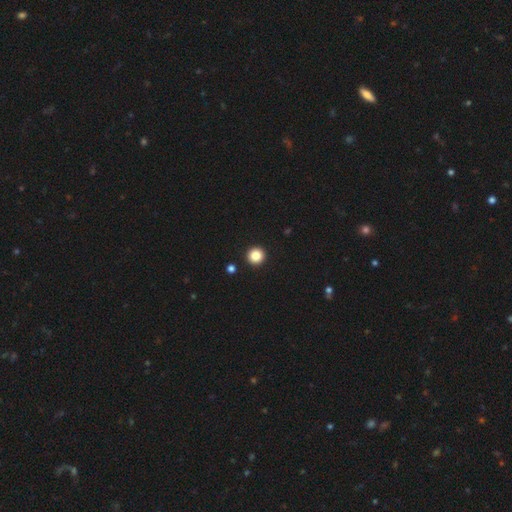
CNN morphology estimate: This is clearly a smooth galaxy (86%). How rounded: clearly round (96%). Merging: clearly none (94%).